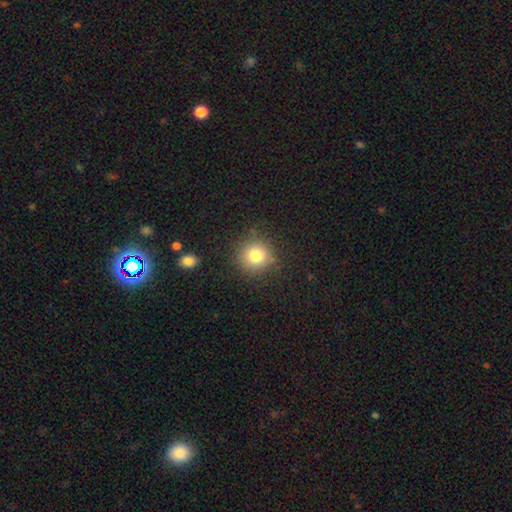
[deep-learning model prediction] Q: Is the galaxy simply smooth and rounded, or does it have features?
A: smooth — 81%.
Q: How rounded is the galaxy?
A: round — 89%.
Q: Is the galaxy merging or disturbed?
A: none — 85%.